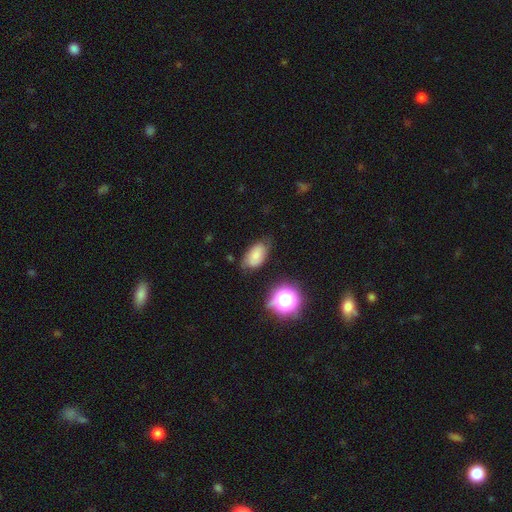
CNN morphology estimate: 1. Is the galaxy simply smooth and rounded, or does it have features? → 69% smooth, 17% featured or disk, 14% star or artifact.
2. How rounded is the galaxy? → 90% in between, 8% round, 2% cigar-shaped.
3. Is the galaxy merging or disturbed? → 68% none, 24% minor disturbance, 6% major disturbance, 2% merger.